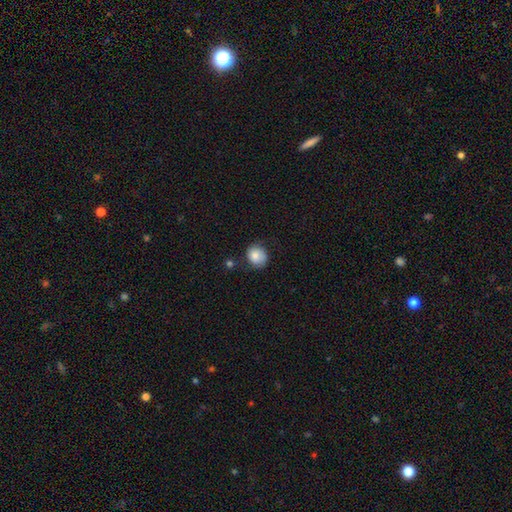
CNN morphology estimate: Smooth or featured: smooth — 78% (featured or disk — 14%)
How rounded: round — 72% (in between — 27%)
Merging: none — 63% (minor disturbance — 25%)